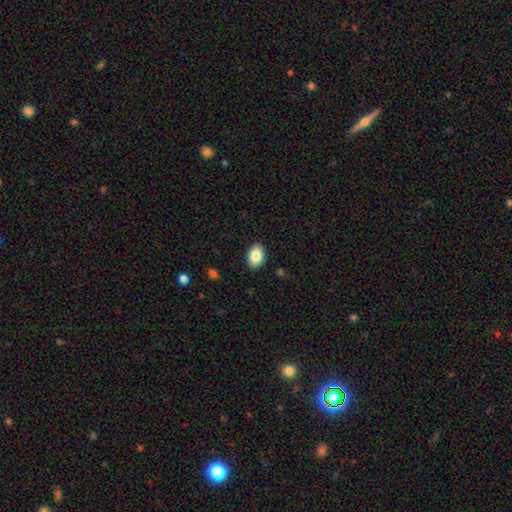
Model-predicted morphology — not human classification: smooth 85%, featured or disk 8%, star or artifact 7%. Down the decision tree: how rounded — in between (83%); merging — none (90%).